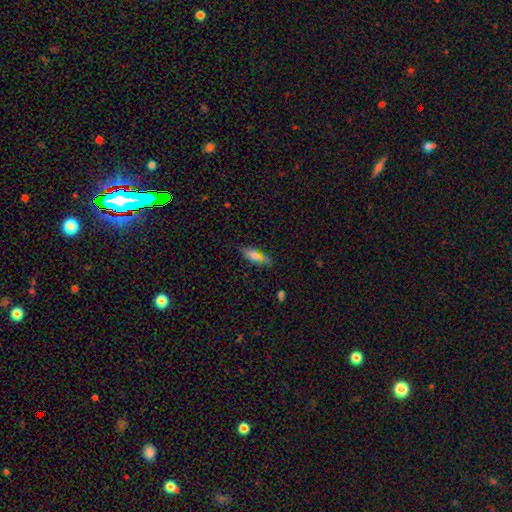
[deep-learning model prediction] This is likely a smooth galaxy (71%). How rounded: likely in between (62%). Merging: likely none (72%).